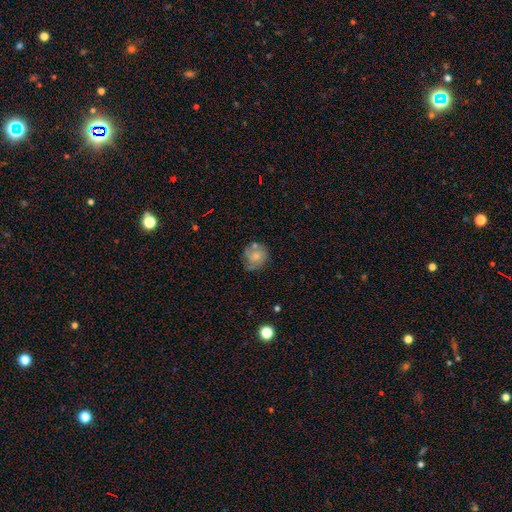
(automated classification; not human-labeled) Morphology: type=featured or disk (48%); merging=none (55%).